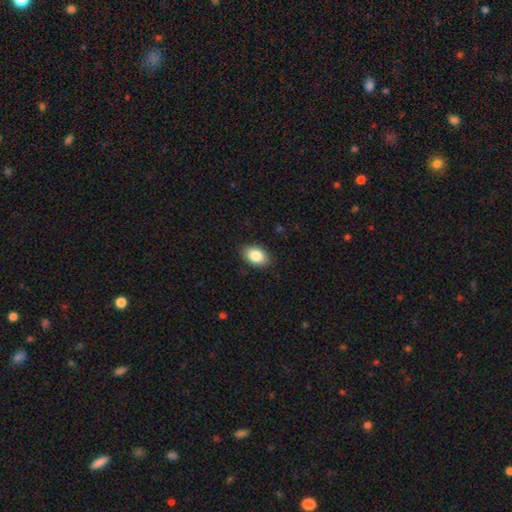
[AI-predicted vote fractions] A smooth galaxy with no disk features (85%) that is in between round and cigar-shaped (87%).

Vote fractions:
- Smooth or featured? smooth: 85% / featured or disk: 8% / star or artifact: 7%
- How rounded? in between: 87% / round: 12% / cigar-shaped: 1%
- Merging? none: 87% / minor disturbance: 10% / major disturbance: 2% / merger: 1%